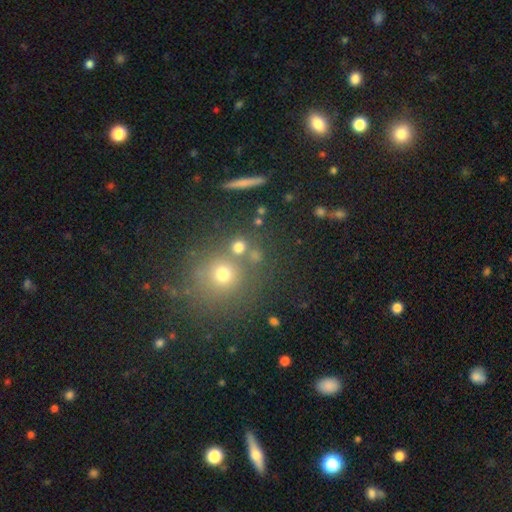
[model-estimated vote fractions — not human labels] This appears to be a smooth galaxy with no disk features (62%) that is round (88%). Merging: none (70%).